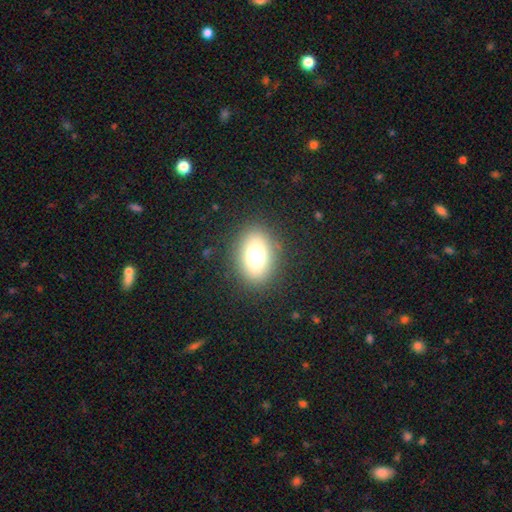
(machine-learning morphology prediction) smooth 70%, star or artifact 15%, featured or disk 15%. Down the decision tree: how rounded — in between (65%); merging — none (86%).